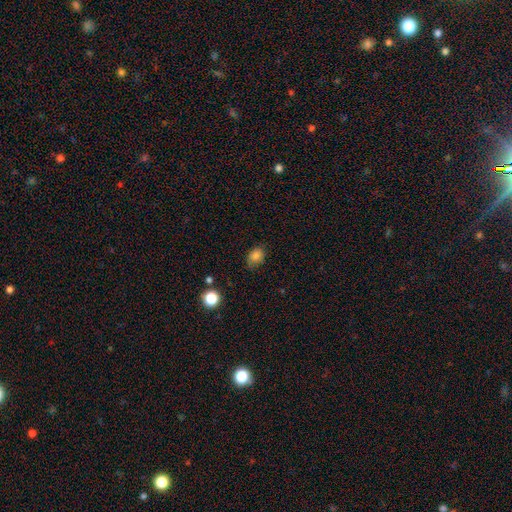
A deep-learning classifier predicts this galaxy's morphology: type=smooth (82%); roundness=in between (56%); merging=none (67%).